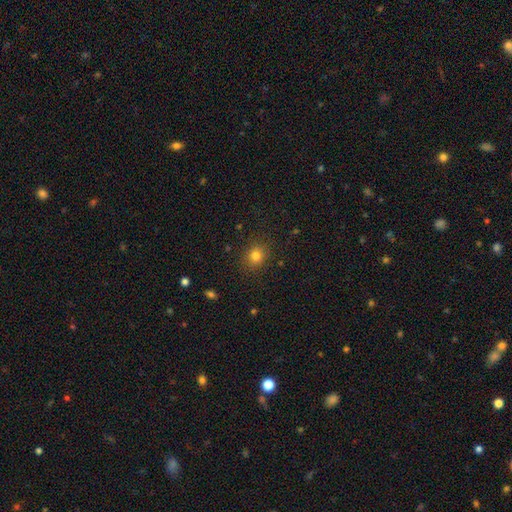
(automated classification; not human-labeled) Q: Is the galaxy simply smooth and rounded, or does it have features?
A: smooth — 80%.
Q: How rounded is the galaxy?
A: round — 78%.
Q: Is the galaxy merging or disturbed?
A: none — 87%.